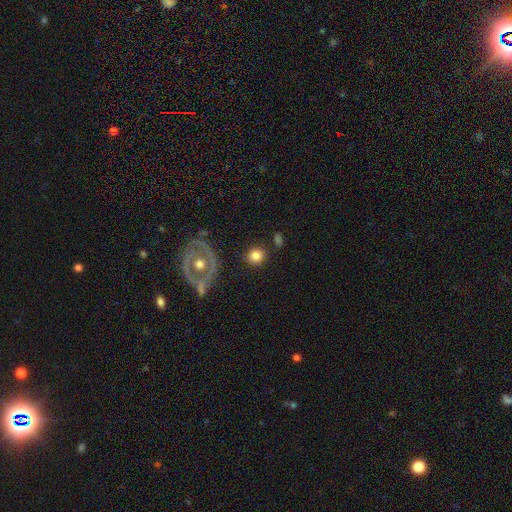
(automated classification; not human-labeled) The model was most divided on "smooth or featured": smooth: 76%, featured or disk: 15%, star or artifact: 9%. More confident: how rounded — round (88%); merging — none (84%).